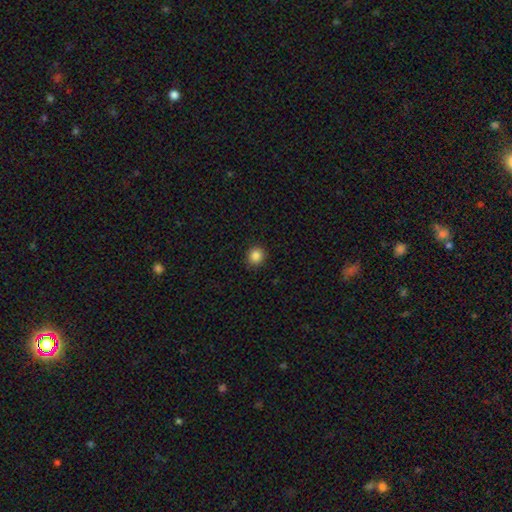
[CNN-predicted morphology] A smooth galaxy with no disk features (86%) that is round (91%).

Vote fractions:
- Smooth or featured? smooth: 86% / star or artifact: 11% / featured or disk: 3%
- How rounded? round: 91% / in between: 8% / cigar-shaped: 1%
- Merging? none: 91% / minor disturbance: 6% / major disturbance: 2% / merger: 1%